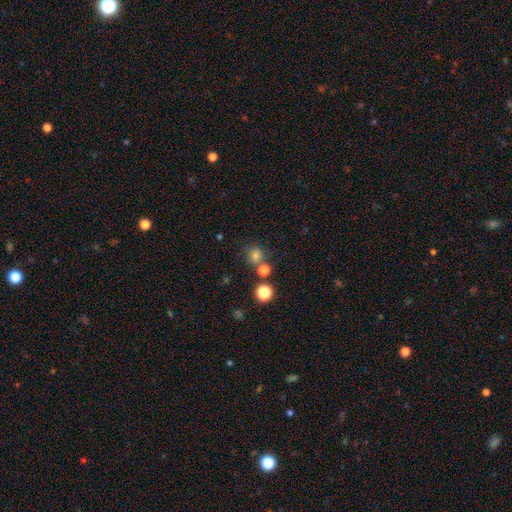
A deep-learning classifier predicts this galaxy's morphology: Smooth or featured?
  - smooth: 74% *
  - star or artifact: 19%
  - featured or disk: 7%
How rounded?
  - round: 86% *
  - in between: 13%
  - cigar-shaped: 1%
Merging?
  - none: 68% *
  - merger: 18%
  - minor disturbance: 10%
  - major disturbance: 4%